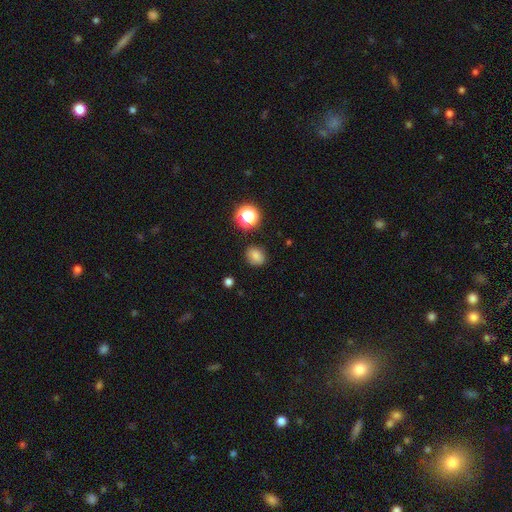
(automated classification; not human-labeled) Overall: smooth (79%). How rounded: round (57%; in between 42%). Merging: none (84%).